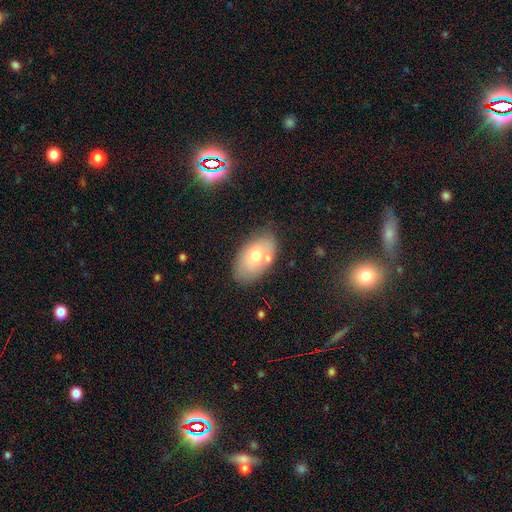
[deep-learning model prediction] A smooth galaxy with no disk features (67%) that is in between round and cigar-shaped (92%). Merging: none (69%).